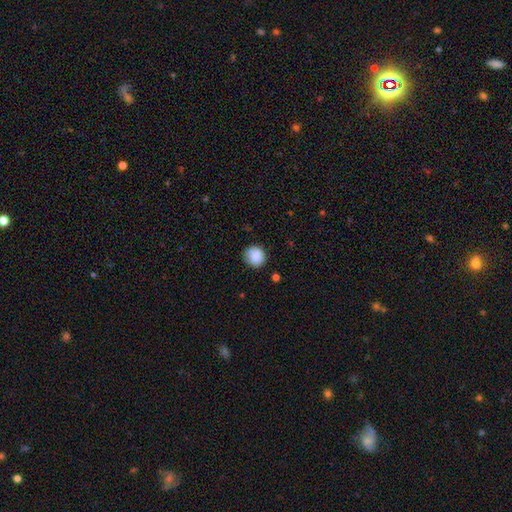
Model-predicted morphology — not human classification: Smooth or featured? smooth (83%)
How rounded? round (89%)
Merging? none (78%)